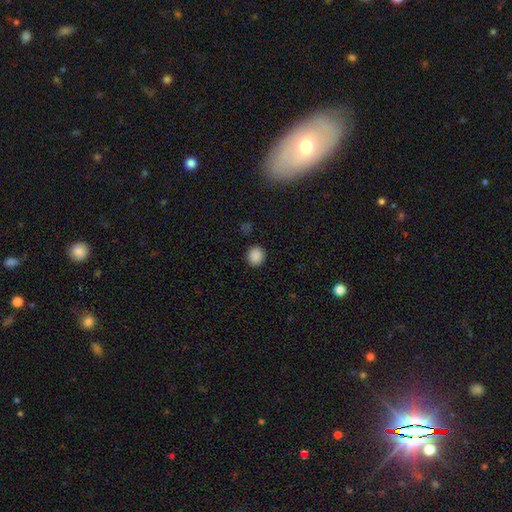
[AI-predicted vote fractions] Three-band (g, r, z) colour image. It shows a smooth galaxy with no disk features (87%) that is round (85%). Merging: none (90%).